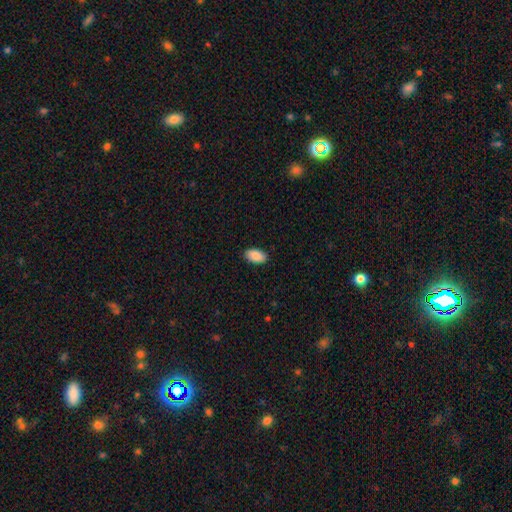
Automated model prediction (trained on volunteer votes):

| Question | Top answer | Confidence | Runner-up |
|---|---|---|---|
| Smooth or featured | smooth | 90% | star or artifact (6%) |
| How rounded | in between | 95% | round (3%) |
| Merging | none | 89% | minor disturbance (8%) |